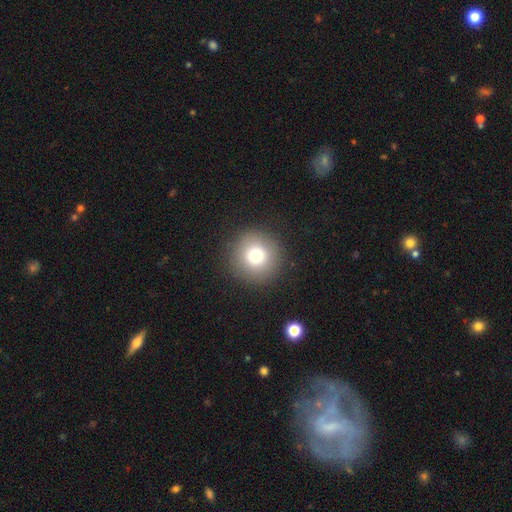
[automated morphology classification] type=smooth (76%); roundness=round (96%); merging=none (91%).